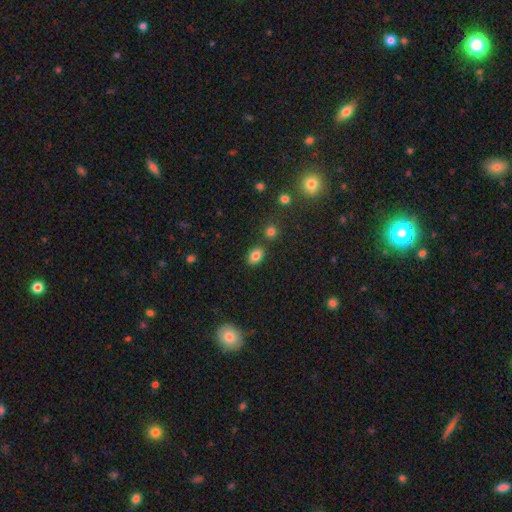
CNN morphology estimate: Q: Smooth or featured?
A: smooth (81%); runner-up: star or artifact (11%)
Q: How rounded?
A: in between (77%); runner-up: round (21%)
Q: Merging?
A: none (79%); runner-up: minor disturbance (11%)